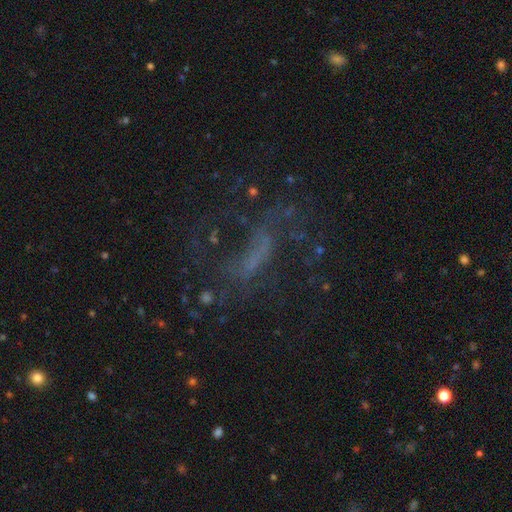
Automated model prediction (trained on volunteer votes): Smooth or featured? Predicted: featured or disk (p=0.53). Edge-on disk? Predicted: no (p=0.92). Merging? Predicted: none (p=0.50).